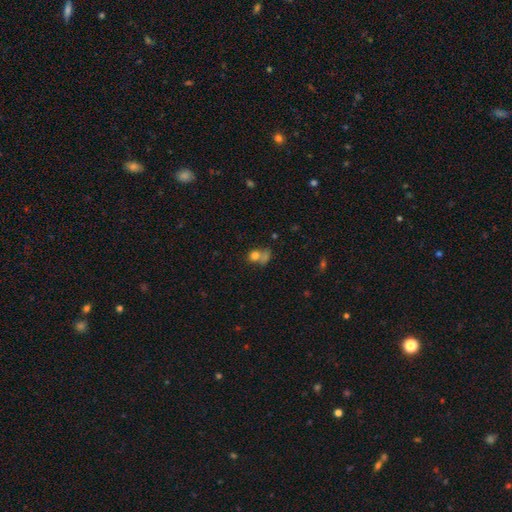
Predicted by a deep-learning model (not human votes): smooth_or_featured: smooth (p=0.74) [alt: star or artifact p=0.13]
how_rounded: round (p=0.63) [alt: in between p=0.36]
merging: merger (p=0.46) [alt: none p=0.31]